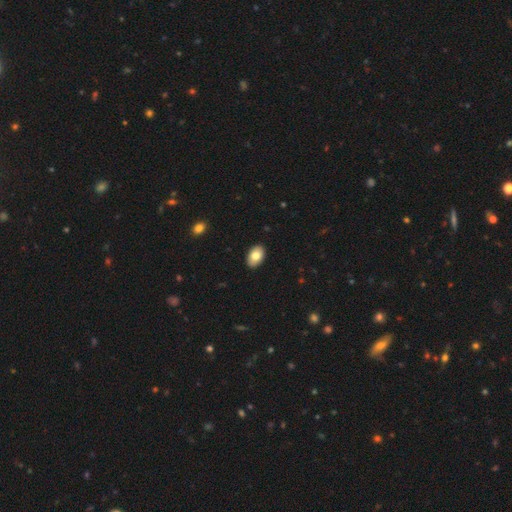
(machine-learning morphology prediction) type=smooth (80%); roundness=in between (91%); merging=none (90%).